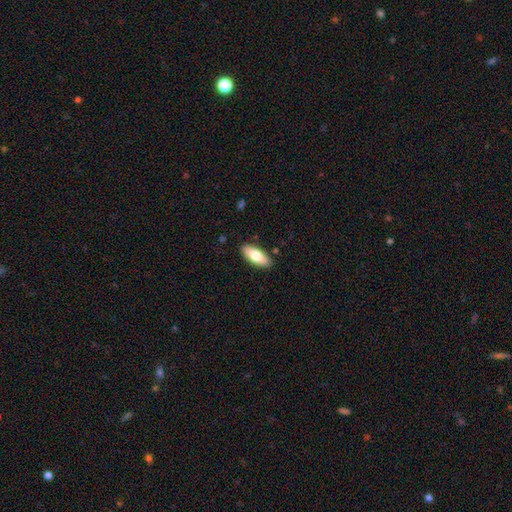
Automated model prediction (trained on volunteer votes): Smooth or featured? smooth (75%)
How rounded? in between (80%)
Merging? none (88%)